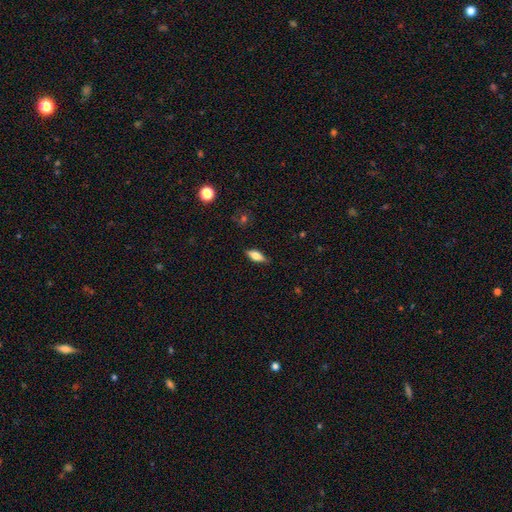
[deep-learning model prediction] A smooth galaxy with no disk features (66%) that is in between round and cigar-shaped (67%). Merging: none (84%).